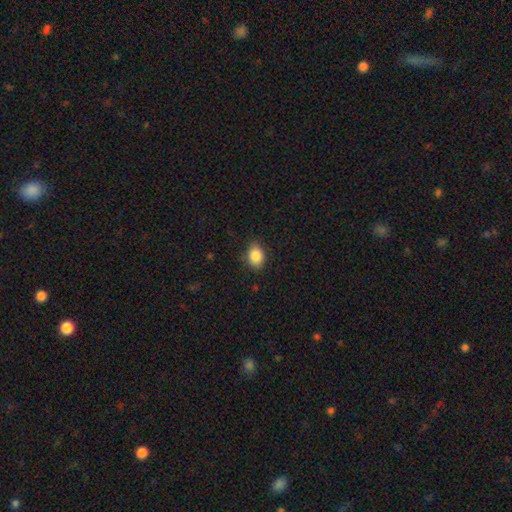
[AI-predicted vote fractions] The model was most divided on "how rounded": in between: 72%, round: 27%, cigar-shaped: 1%. More confident: smooth or featured — smooth (87%); merging — none (83%).